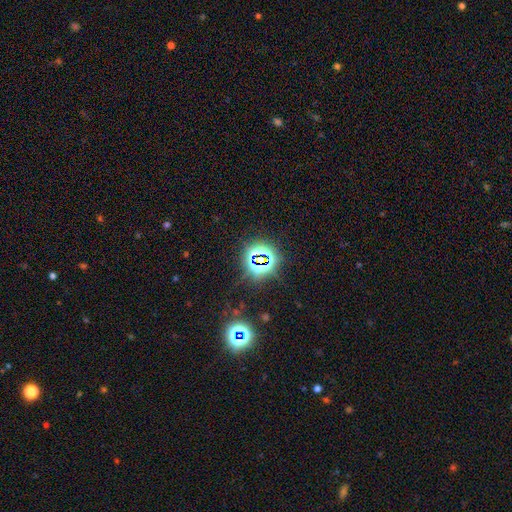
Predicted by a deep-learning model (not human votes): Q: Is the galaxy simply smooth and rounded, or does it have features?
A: star or artifact — 78%.